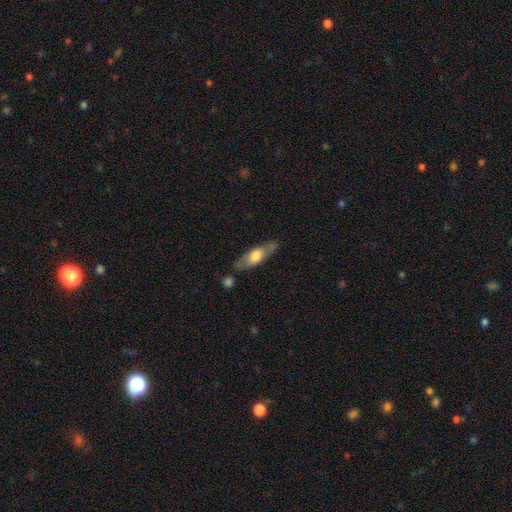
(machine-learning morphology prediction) Smooth or featured: smooth — 48% (featured or disk — 46%)
Merging: none — 72% (minor disturbance — 17%)